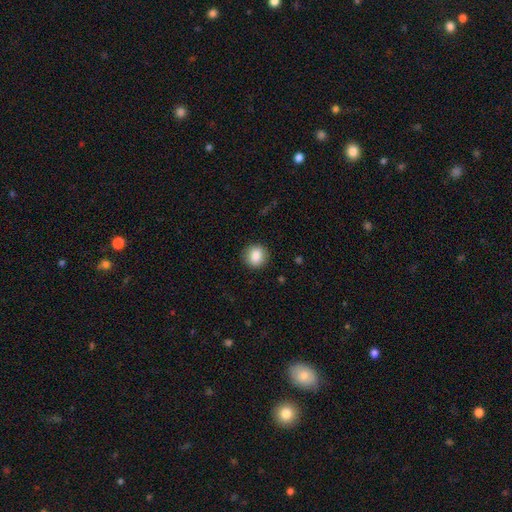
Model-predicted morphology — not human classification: This is clearly a smooth galaxy (85%). How rounded: clearly round (84%). Merging: clearly none (89%).